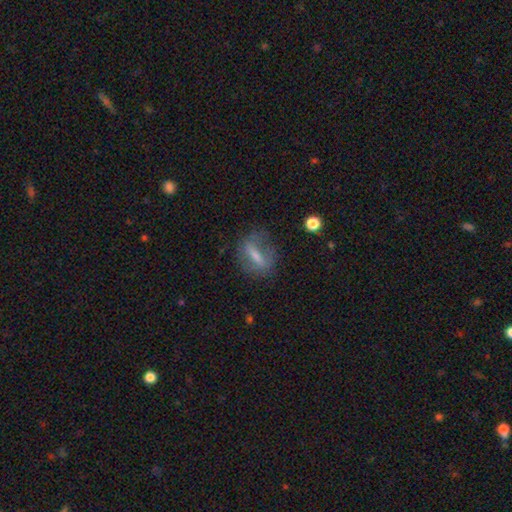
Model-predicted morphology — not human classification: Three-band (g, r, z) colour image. It shows a smooth galaxy with no disk features (45%, tied with featured or disk). Merging: none (62%).